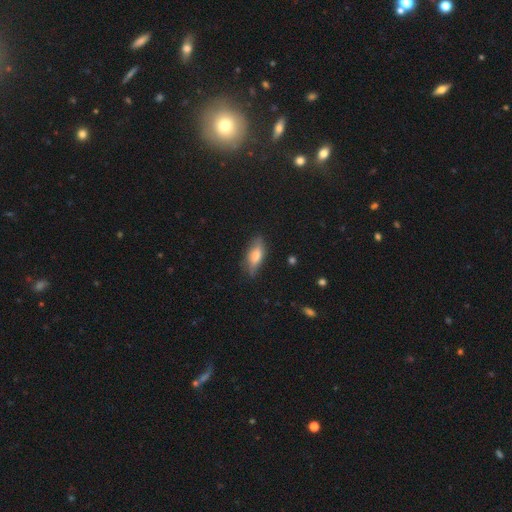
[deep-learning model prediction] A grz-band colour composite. It shows a smooth galaxy with no disk features (66%) that is in between round and cigar-shaped (70%). Merging: none (75%).